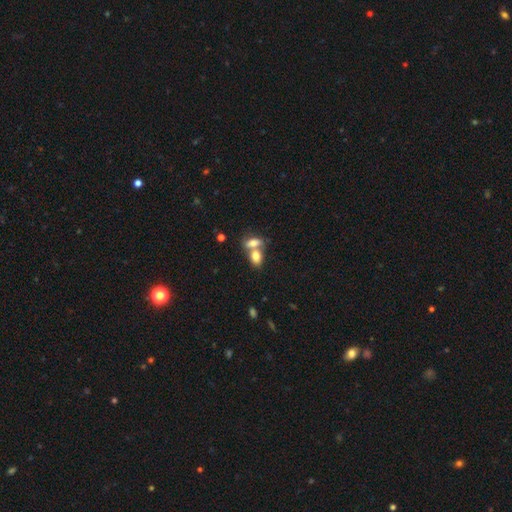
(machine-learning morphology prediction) This appears to be a smooth galaxy with no disk features (78%) that is in between round and cigar-shaped (83%). Merging: merger (64%).